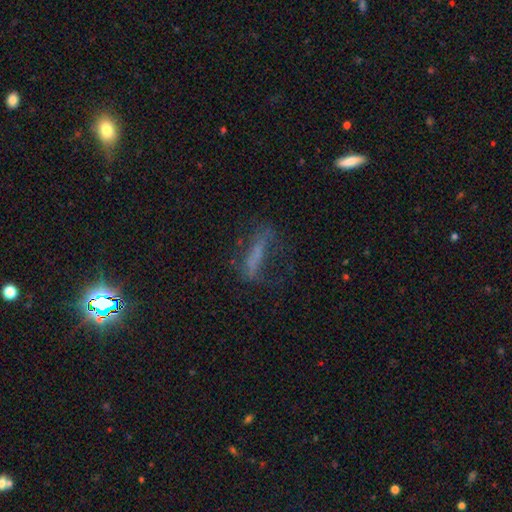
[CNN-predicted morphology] Smooth or featured? smooth (42%)
Merging? none (48%)